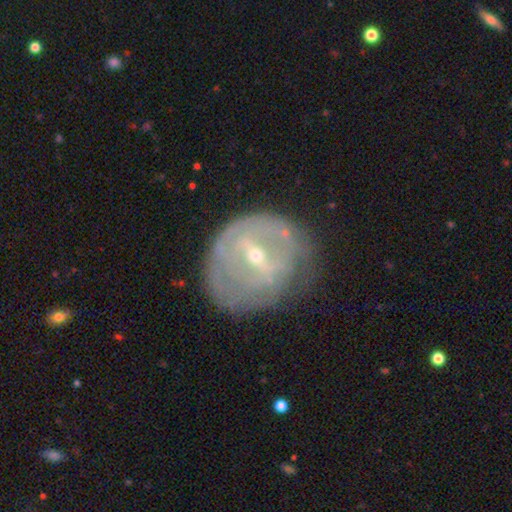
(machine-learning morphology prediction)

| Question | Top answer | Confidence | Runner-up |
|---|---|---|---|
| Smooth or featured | featured or disk | 75% | smooth (18%) |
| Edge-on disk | no | 93% | yes (7%) |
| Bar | strong | 43% | weak (41%) |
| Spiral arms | yes | 52% | no (48%) |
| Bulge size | small | 66% | moderate (30%) |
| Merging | none | 57% | minor disturbance (26%) |